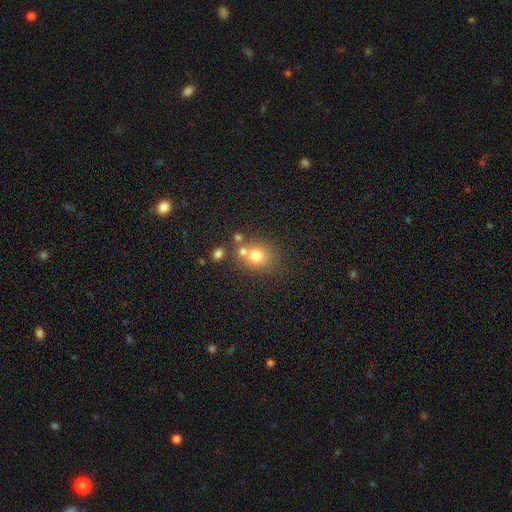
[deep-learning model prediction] smooth-or-featured: smooth: 73% | featured or disk: 14% | star or artifact: 13%
  how-rounded: round: 74% | in between: 25% | cigar-shaped: 1%
  merging: none: 54% | merger: 28% | minor disturbance: 12% | major disturbance: 5%